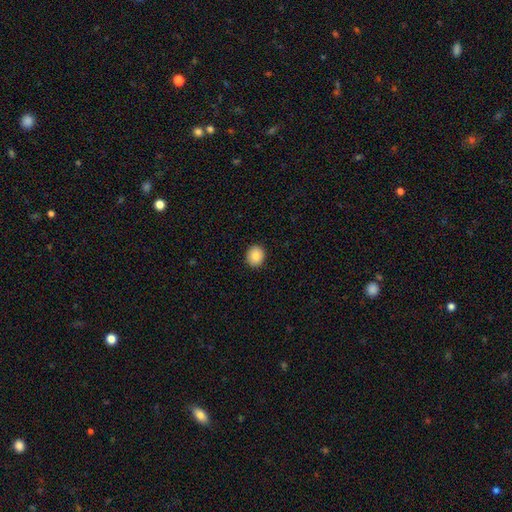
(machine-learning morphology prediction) A smooth galaxy with no disk features (86%) that is round (74%).

Vote fractions:
- Smooth or featured? smooth: 86% / star or artifact: 8% / featured or disk: 6%
- How rounded? round: 74% / in between: 26% / cigar-shaped: 1%
- Merging? none: 91% / minor disturbance: 6% / major disturbance: 2% / merger: 1%